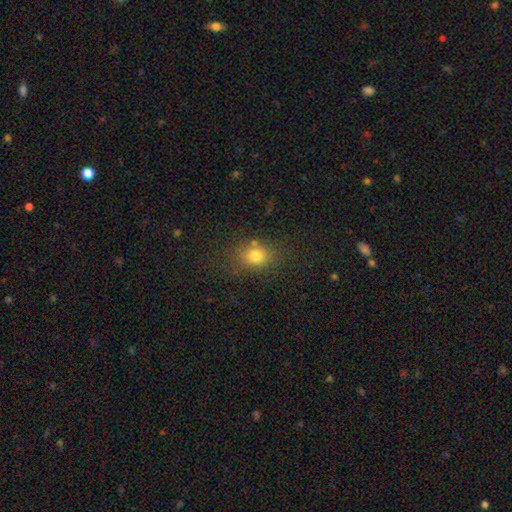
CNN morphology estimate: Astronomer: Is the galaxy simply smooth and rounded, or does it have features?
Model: smooth — 78%.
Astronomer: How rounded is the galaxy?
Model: in between — 54% (runner-up: round, 45%).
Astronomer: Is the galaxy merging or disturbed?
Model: none — 75%.